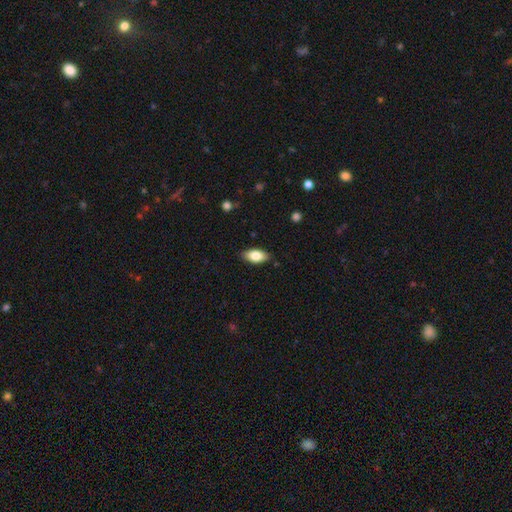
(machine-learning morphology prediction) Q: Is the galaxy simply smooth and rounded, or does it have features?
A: smooth — 81%.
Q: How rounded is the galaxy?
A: in between — 92%.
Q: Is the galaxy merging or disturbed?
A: none — 86%.